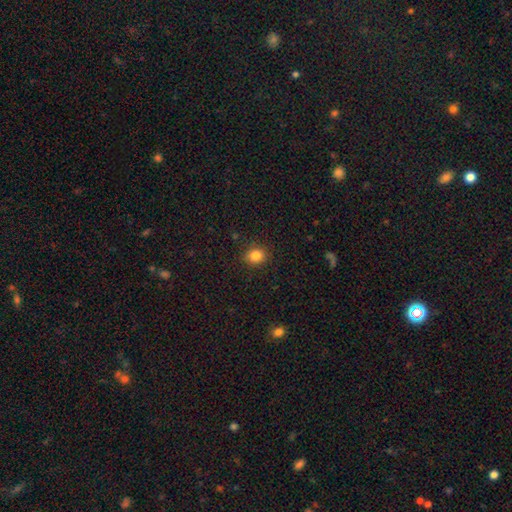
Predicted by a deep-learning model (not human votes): Morphology: type=smooth (84%); roundness=round (65%); merging=none (88%).